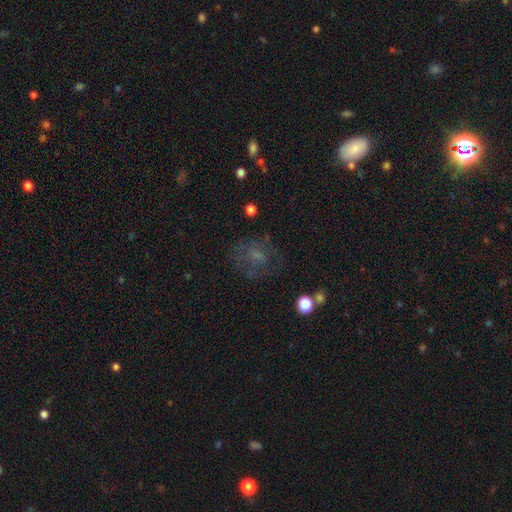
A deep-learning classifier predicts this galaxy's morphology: Overall: smooth (49%; featured or disk 33%). Merging: none (63%).